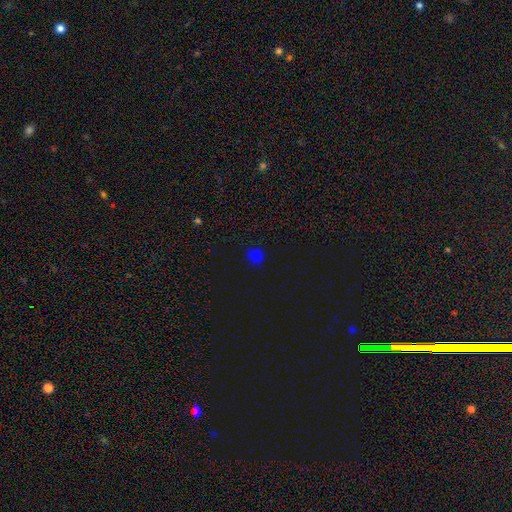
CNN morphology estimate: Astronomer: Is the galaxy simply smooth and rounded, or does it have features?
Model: smooth — 72%.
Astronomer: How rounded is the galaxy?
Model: round — 85%.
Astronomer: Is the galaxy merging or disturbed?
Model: none — 86%.